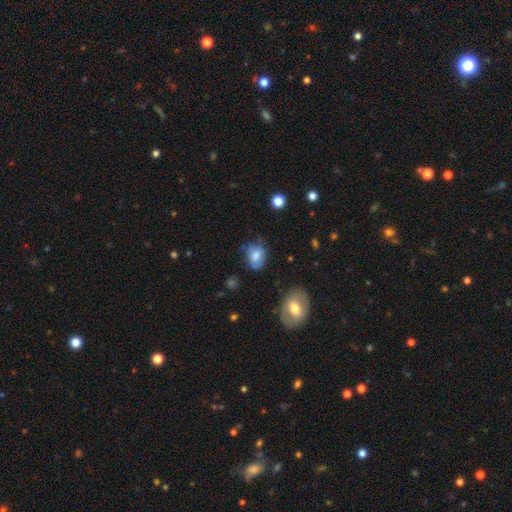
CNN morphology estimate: smooth 70%, featured or disk 21%, star or artifact 9%. Down the decision tree: how rounded — in between (61%); merging — none (59%).